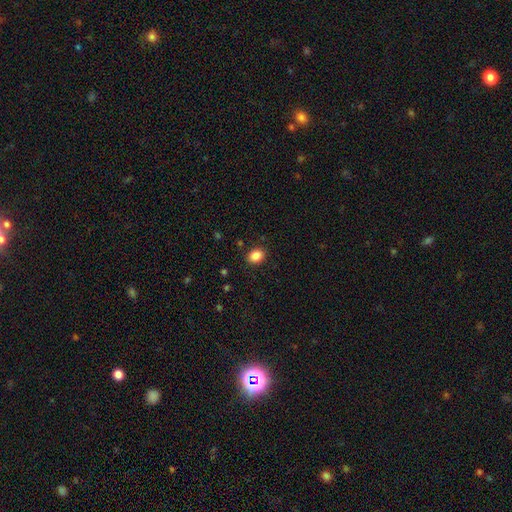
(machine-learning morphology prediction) A smooth galaxy with no disk features (87%) that is in between round and cigar-shaped (62%). Merging: none (89%).